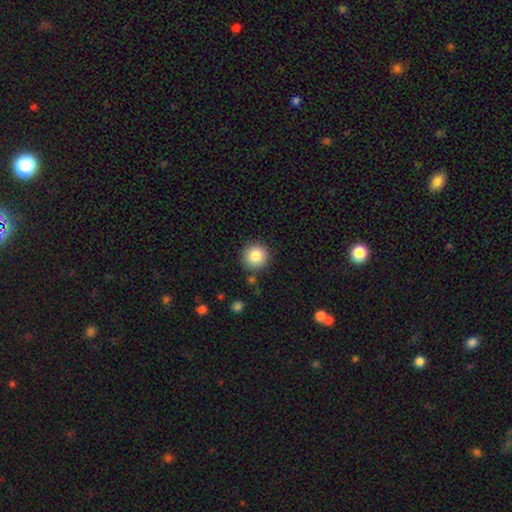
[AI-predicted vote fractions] The model was most divided on "smooth or featured": smooth: 85%, star or artifact: 9%, featured or disk: 6%. More confident: how rounded — round (94%); merging — none (87%).